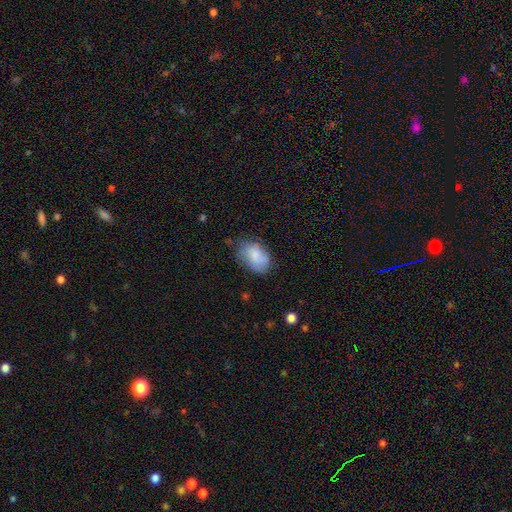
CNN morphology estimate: Smooth or featured? Predicted: smooth (p=0.78). How rounded? Predicted: in between (p=0.87). Merging? Predicted: none (p=0.63).